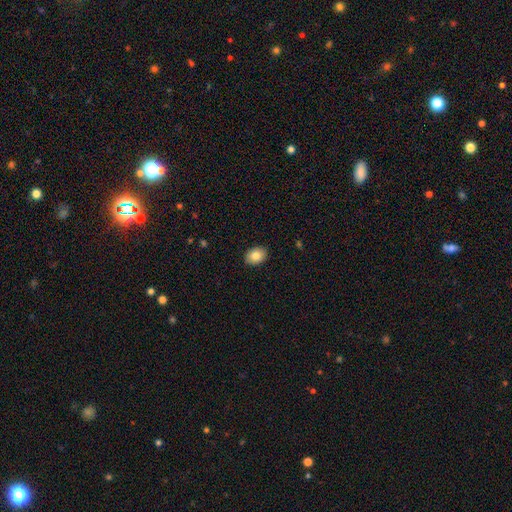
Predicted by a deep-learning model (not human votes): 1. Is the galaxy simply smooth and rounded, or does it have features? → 83% smooth, 9% featured or disk, 8% star or artifact.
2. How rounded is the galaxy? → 67% in between, 32% round, 1% cigar-shaped.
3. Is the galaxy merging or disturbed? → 90% none, 8% minor disturbance, 2% major disturbance, 1% merger.